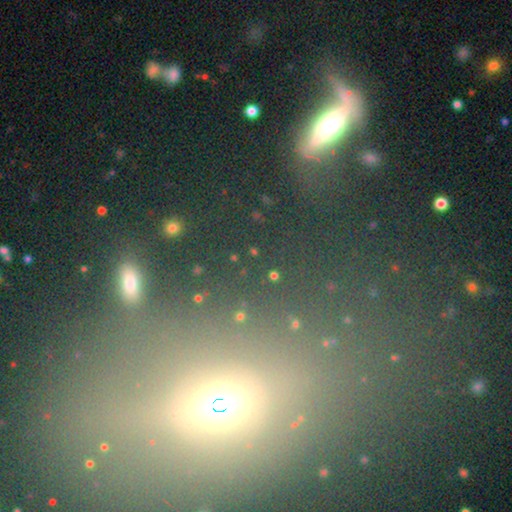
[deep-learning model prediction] Smooth or featured? smooth (44%)
Merging? none (64%)